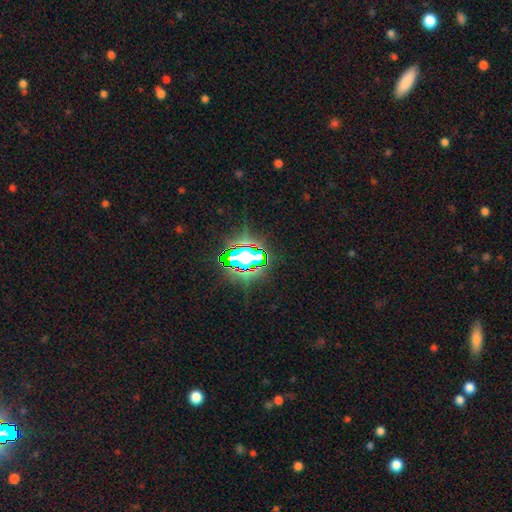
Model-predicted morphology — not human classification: star or artifact 69%, smooth 18%, featured or disk 12%.